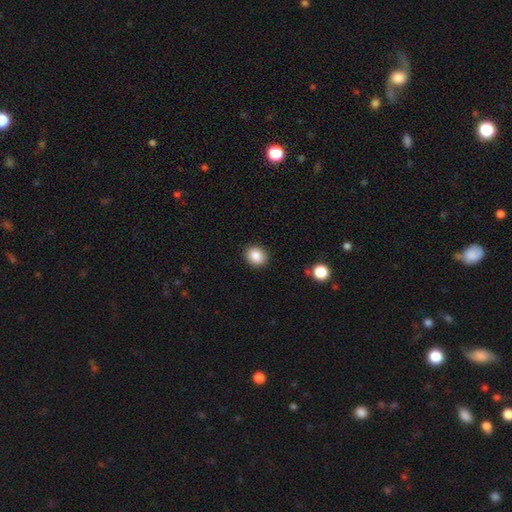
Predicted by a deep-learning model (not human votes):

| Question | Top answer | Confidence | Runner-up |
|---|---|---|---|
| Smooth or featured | smooth | 87% | star or artifact (9%) |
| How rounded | round | 57% | in between (42%) |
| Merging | none | 89% | minor disturbance (7%) |